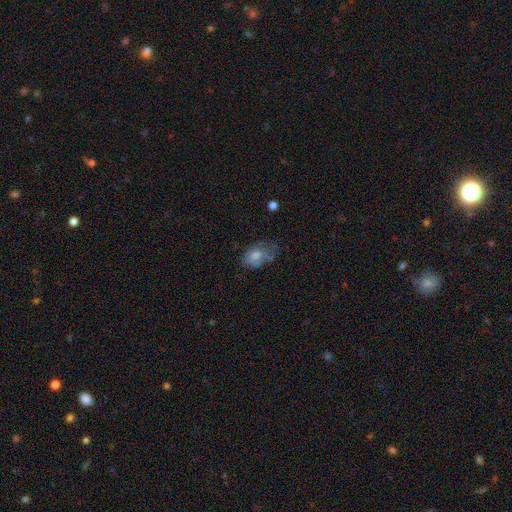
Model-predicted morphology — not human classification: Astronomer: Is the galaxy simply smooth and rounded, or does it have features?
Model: smooth — 58%.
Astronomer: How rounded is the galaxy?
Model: in between — 80%.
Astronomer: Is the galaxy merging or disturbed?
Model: none — 44% (runner-up: minor disturbance, 31%).